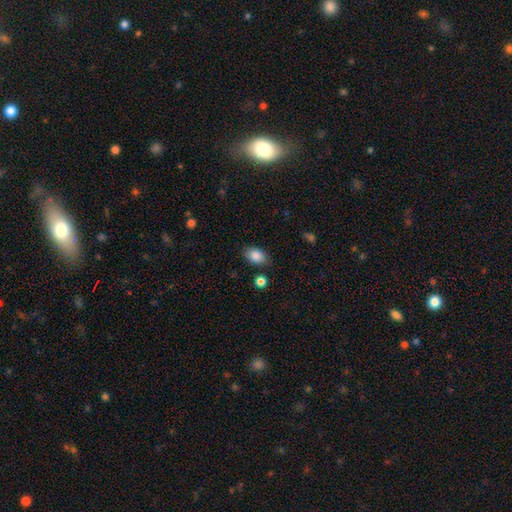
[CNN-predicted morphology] Smooth or featured: smooth — 87% (star or artifact — 8%)
How rounded: in between — 89% (round — 10%)
Merging: none — 83% (minor disturbance — 12%)